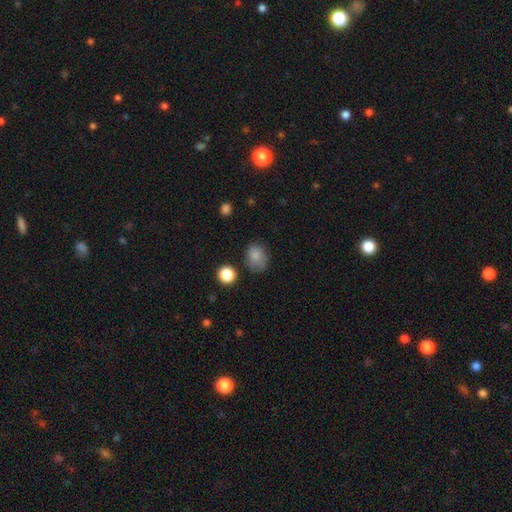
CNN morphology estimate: smooth 83%, star or artifact 10%, featured or disk 7%. Down the decision tree: how rounded — in between (58%); merging — none (64%).